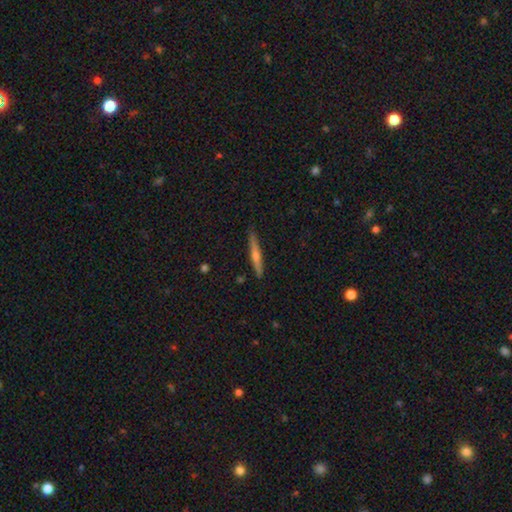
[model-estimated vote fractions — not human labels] Smooth or featured? featured or disk (60%)
Edge-on disk? yes (97%)
Edge-on bulge? rounded (78%)
Merging? none (90%)